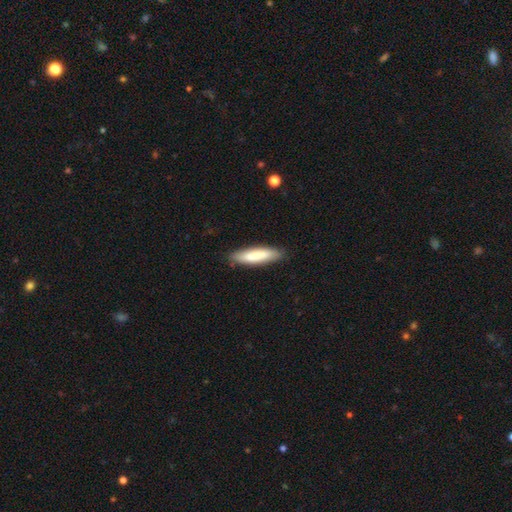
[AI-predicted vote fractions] smooth_or_featured: smooth (p=0.81) [alt: featured or disk p=0.14]
how_rounded: cigar-shaped (p=0.72) [alt: in between p=0.26]
merging: none (p=0.86) [alt: minor disturbance p=0.11]